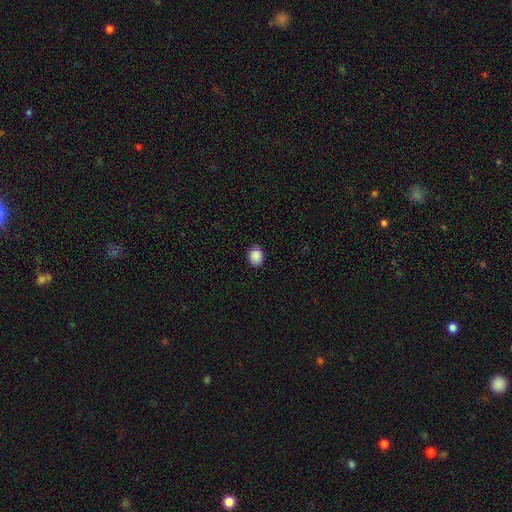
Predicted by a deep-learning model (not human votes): Smooth or featured? smooth (88%)
How rounded? round (58%)
Merging? none (85%)